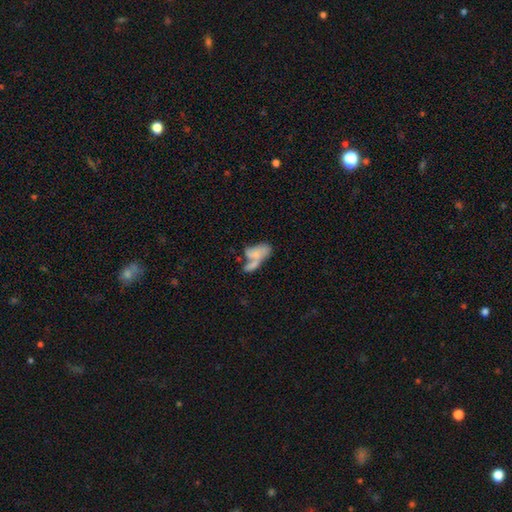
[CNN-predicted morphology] smooth-or-featured: smooth: 53% | featured or disk: 37% | star or artifact: 10%
  how-rounded: in between: 83% | cigar-shaped: 11% | round: 5%
  merging: merger: 53% | none: 18% | major disturbance: 17% | minor disturbance: 11%